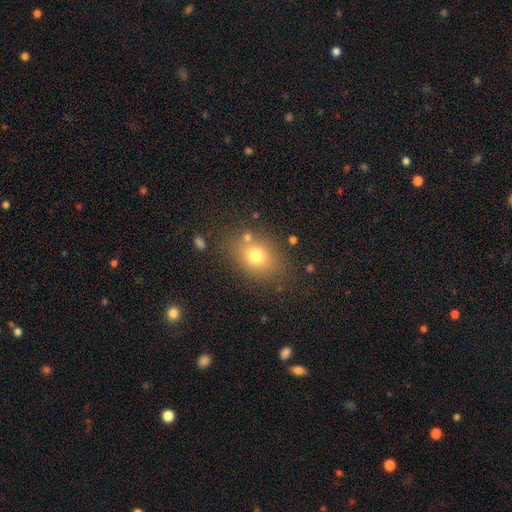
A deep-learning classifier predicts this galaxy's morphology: smooth-or-featured: smooth: 73% | star or artifact: 14% | featured or disk: 14%
  how-rounded: in between: 56% | round: 43% | cigar-shaped: 1%
  merging: none: 73% | minor disturbance: 14% | merger: 7% | major disturbance: 6%